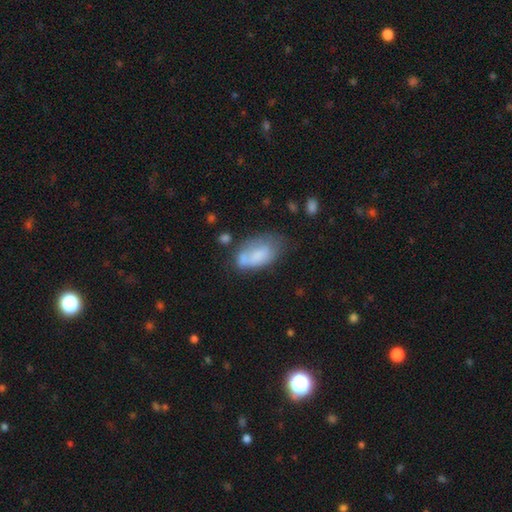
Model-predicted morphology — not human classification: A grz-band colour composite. It shows a smooth galaxy with no disk features (68%) that is in between round and cigar-shaped (92%). Merging: none (40%).